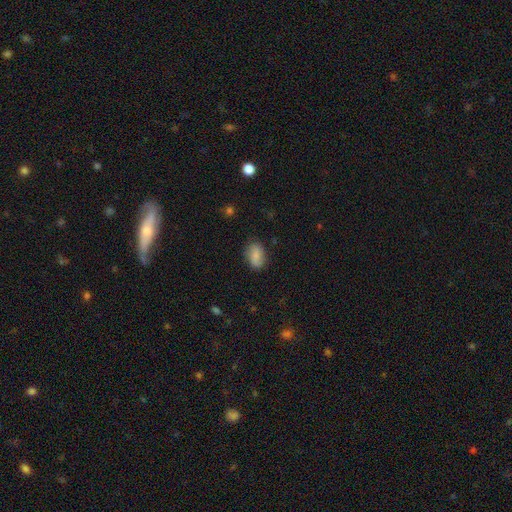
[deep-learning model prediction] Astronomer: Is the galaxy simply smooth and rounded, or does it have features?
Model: smooth — 83%.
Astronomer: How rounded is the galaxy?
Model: in between — 88%.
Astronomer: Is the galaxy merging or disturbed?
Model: none — 78%.